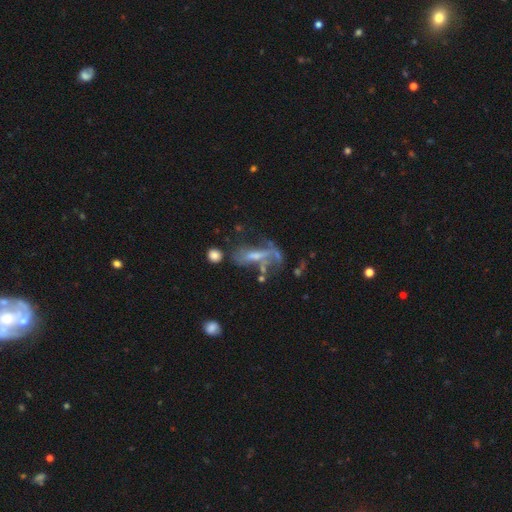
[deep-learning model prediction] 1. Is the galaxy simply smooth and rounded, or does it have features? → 59% featured or disk, 24% smooth, 17% star or artifact.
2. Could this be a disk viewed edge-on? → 76% no, 24% yes.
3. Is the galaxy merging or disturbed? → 36% major disturbance, 29% none, 19% merger, 16% minor disturbance.